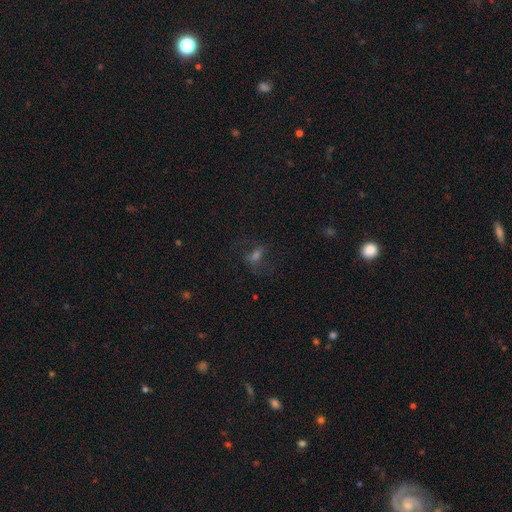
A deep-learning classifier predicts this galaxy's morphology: Smooth or featured? featured or disk (34%, tied with smooth)
Merging? none (58%)